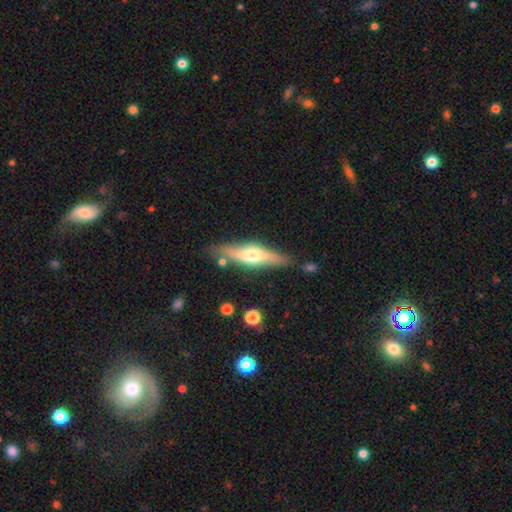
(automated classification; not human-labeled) This appears to be a featured or disk galaxy (61%) viewed edge-on (85%) with a rounded central bulge (89%). Merging: none (78%).